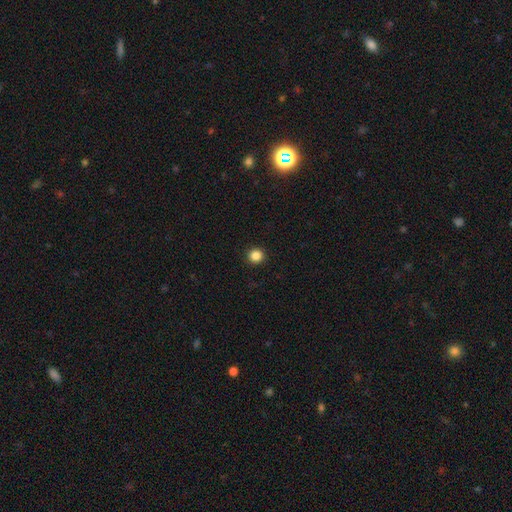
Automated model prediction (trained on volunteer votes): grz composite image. It shows a smooth galaxy with no disk features (86%) that is round (95%). Merging: none (93%).